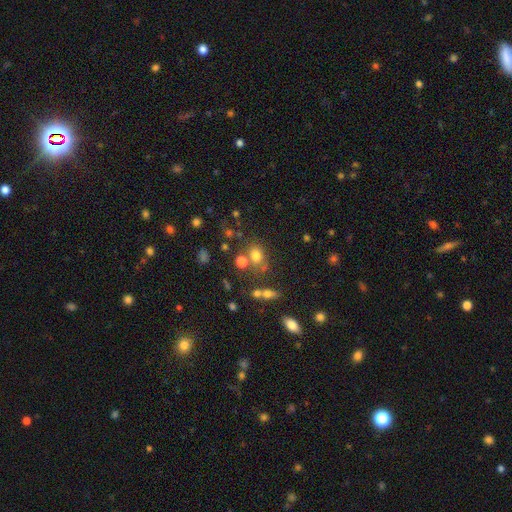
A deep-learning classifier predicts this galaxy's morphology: smooth-or-featured: smooth: 72% | star or artifact: 17% | featured or disk: 11%
  how-rounded: round: 54% | in between: 44% | cigar-shaped: 1%
  merging: none: 58% | merger: 21% | minor disturbance: 15% | major disturbance: 7%